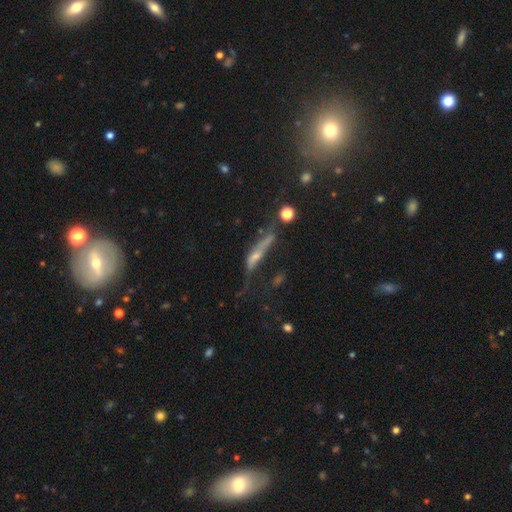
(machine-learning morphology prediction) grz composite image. It shows a featured or disk galaxy (55%) viewed edge-on (77%). Merging: none (39%).